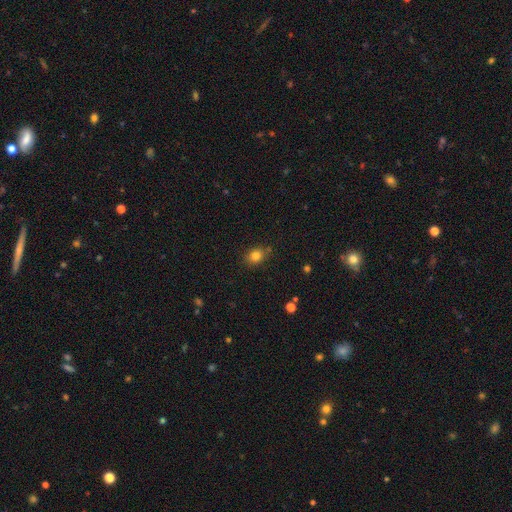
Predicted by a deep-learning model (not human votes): Smooth or featured? Predicted: smooth (p=0.82). How rounded? Predicted: round (p=0.56). Merging? Predicted: none (p=0.78).